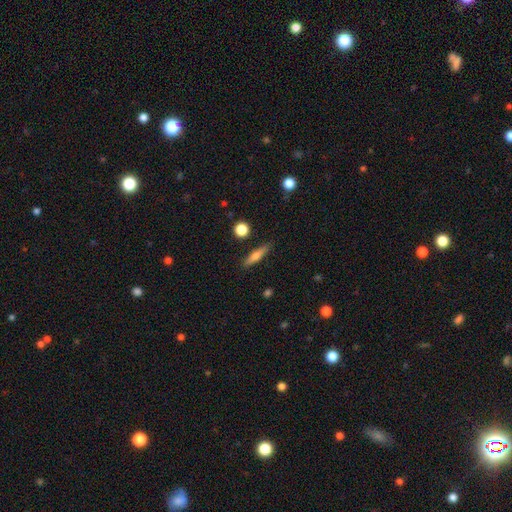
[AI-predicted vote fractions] This appears to be a smooth galaxy with no disk features (60%) that is cigar-shaped (82%). Merging: none (86%).